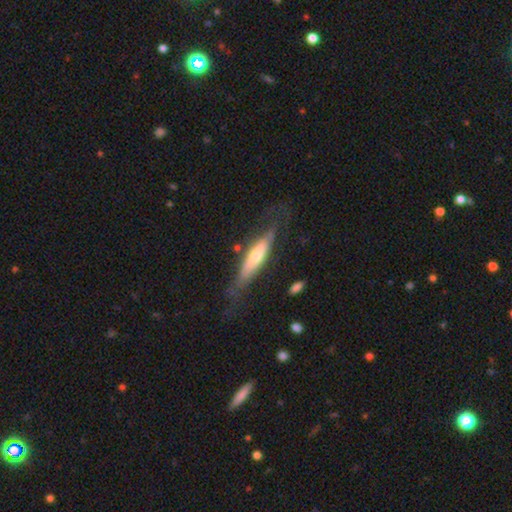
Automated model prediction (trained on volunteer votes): Smooth or featured? Predicted: featured or disk (p=0.56). Edge-on disk? Predicted: yes (p=0.70). Merging? Predicted: none (p=0.64).